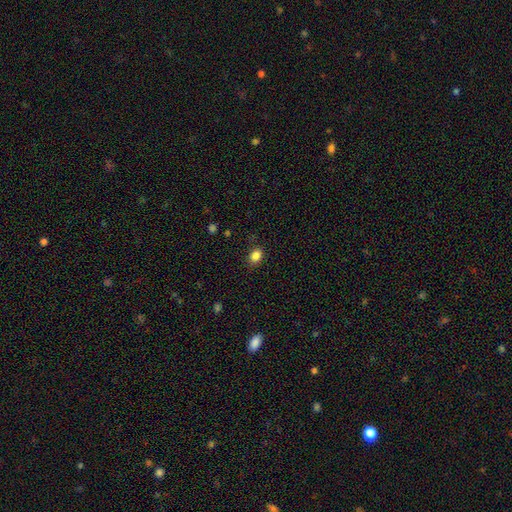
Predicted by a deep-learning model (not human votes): Q: Smooth or featured?
A: smooth (85%); runner-up: star or artifact (11%)
Q: How rounded?
A: in between (58%); runner-up: round (41%)
Q: Merging?
A: none (86%); runner-up: minor disturbance (10%)